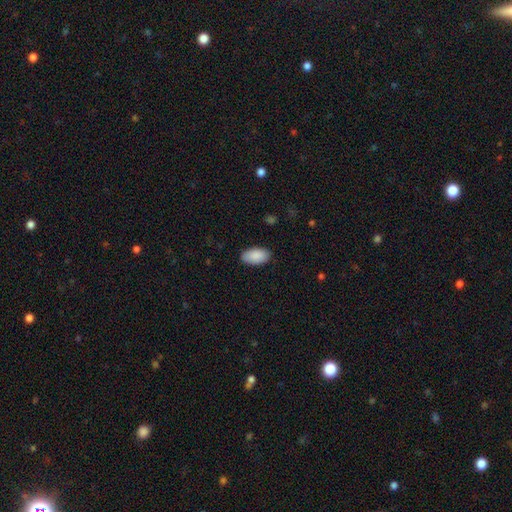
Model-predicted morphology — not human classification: The model was most divided on "merging": none: 86%, minor disturbance: 11%, major disturbance: 2%, merger: 1%. More confident: how rounded — in between (95%); smooth or featured — smooth (90%).